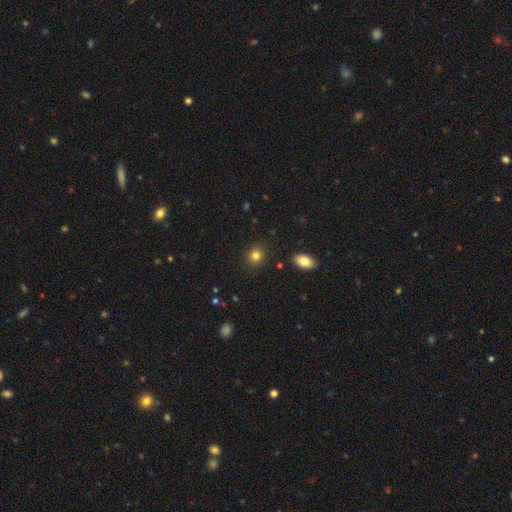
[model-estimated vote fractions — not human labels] A smooth galaxy with no disk features (83%) that is round (78%). Merging: none (88%).